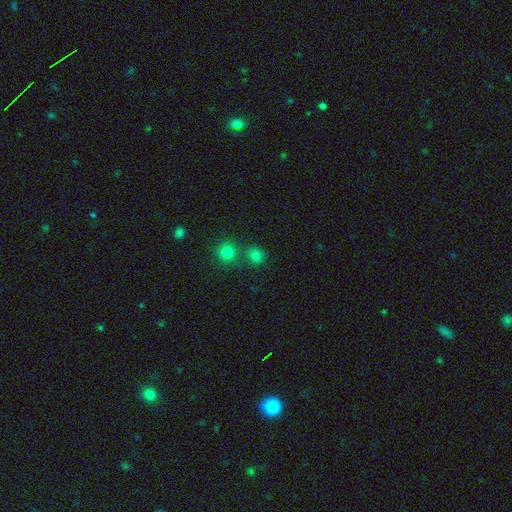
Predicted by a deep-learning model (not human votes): smooth_or_featured: smooth (p=0.77) [alt: star or artifact p=0.17]
how_rounded: round (p=0.83) [alt: in between p=0.16]
merging: none (p=0.64) [alt: merger p=0.25]